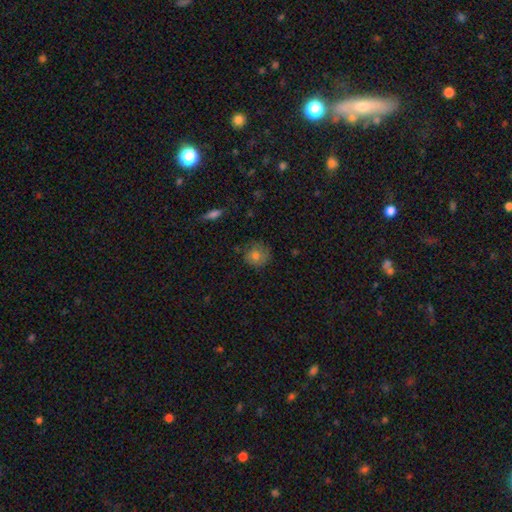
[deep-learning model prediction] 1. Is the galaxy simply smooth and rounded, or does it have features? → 76% smooth, 13% featured or disk, 11% star or artifact.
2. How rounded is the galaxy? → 87% round, 11% in between, 1% cigar-shaped.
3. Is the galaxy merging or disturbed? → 76% none, 18% minor disturbance, 4% major disturbance, 2% merger.